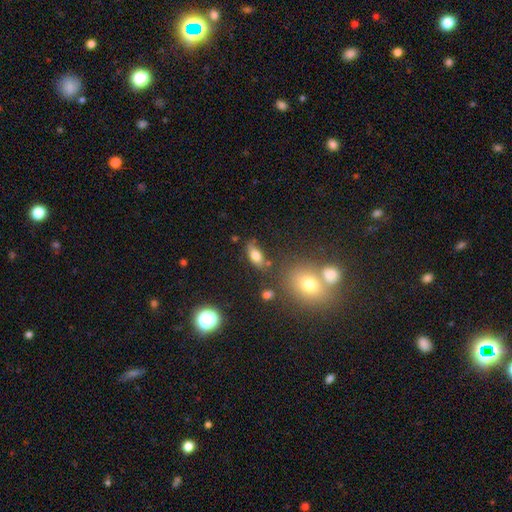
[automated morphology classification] Smooth or featured? Predicted: smooth (p=0.75). How rounded? Predicted: in between (p=0.82). Merging? Predicted: none (p=0.72).